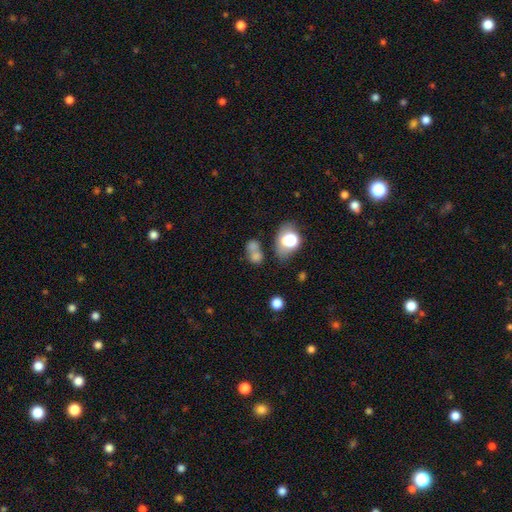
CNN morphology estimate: Smooth or featured?
  - smooth: 70% *
  - star or artifact: 15%
  - featured or disk: 15%
How rounded?
  - in between: 51% *
  - round: 47%
  - cigar-shaped: 2%
Merging?
  - merger: 47% *
  - none: 32%
  - minor disturbance: 12%
  - major disturbance: 9%